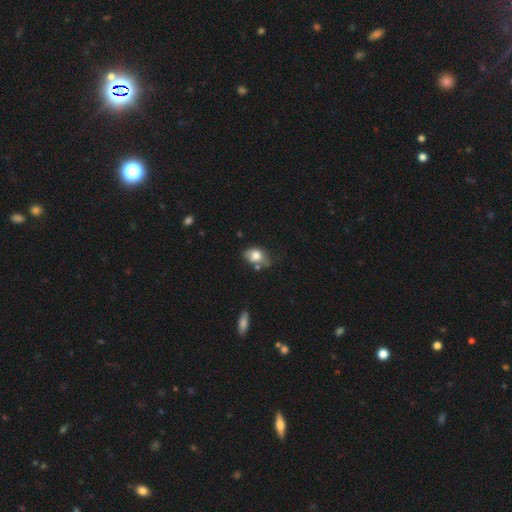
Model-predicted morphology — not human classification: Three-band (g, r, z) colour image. It shows a smooth galaxy with no disk features (75%) that is in between round and cigar-shaped (75%). Merging: none (48%).